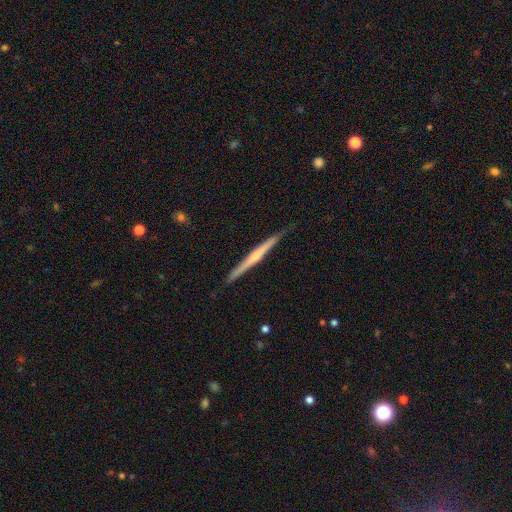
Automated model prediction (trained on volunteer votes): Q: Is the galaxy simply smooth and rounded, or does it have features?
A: featured or disk — 71%.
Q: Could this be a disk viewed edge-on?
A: yes — 98%.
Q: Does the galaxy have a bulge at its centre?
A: rounded — 61%.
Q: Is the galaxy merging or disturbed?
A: none — 88%.